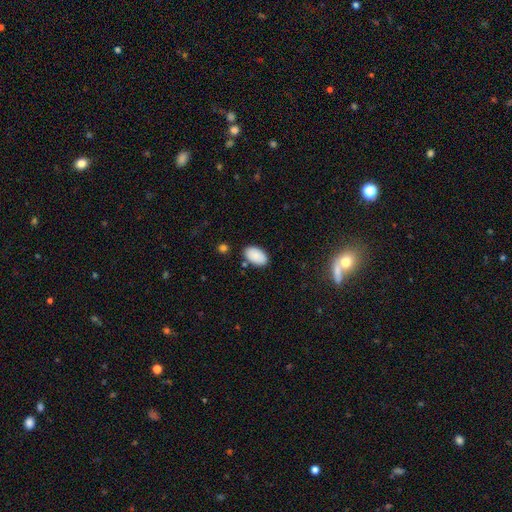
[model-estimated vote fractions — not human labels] smooth_or_featured: smooth (p=0.88) [alt: star or artifact p=0.07]
how_rounded: in between (p=0.94) [alt: round p=0.04]
merging: none (p=0.82) [alt: minor disturbance p=0.12]